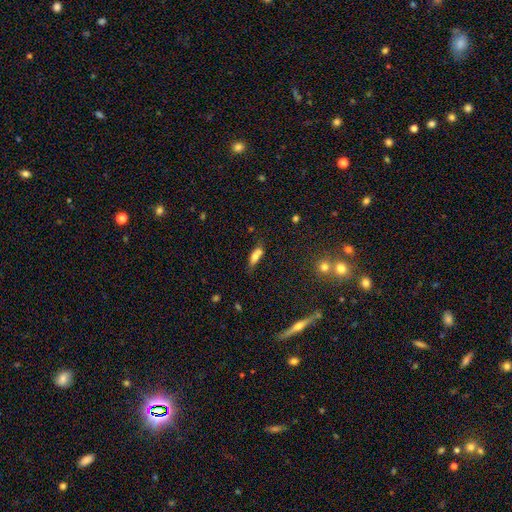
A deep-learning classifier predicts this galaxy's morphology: smooth_or_featured: smooth (p=0.69) [alt: featured or disk p=0.20]
how_rounded: in between (p=0.66) [alt: cigar-shaped p=0.29]
merging: none (p=0.45) [alt: merger p=0.25]